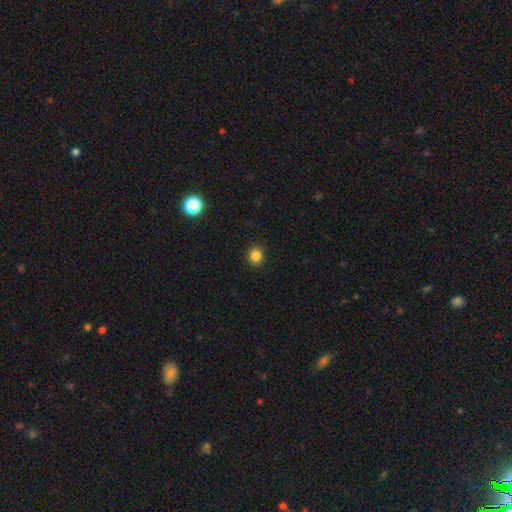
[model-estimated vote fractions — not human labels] Overall: smooth (85%). How rounded: round (90%). Merging: none (91%).